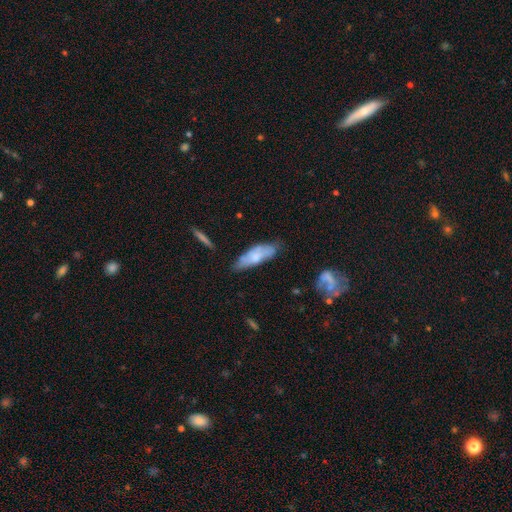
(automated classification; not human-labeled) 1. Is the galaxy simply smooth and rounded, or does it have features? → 62% smooth, 31% featured or disk, 6% star or artifact.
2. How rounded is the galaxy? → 60% in between, 38% cigar-shaped, 2% round.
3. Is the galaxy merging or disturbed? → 56% none, 32% minor disturbance, 8% major disturbance, 4% merger.